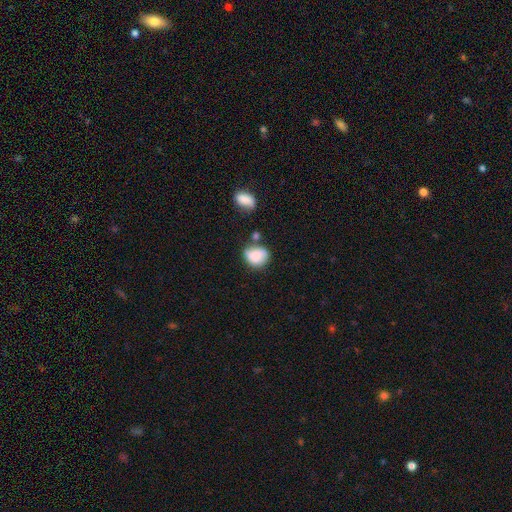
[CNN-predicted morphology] The model was most divided on "how rounded": round: 59%, in between: 40%, cigar-shaped: 1%. Remaining: smooth or featured — smooth (75%); merging — none (48%).